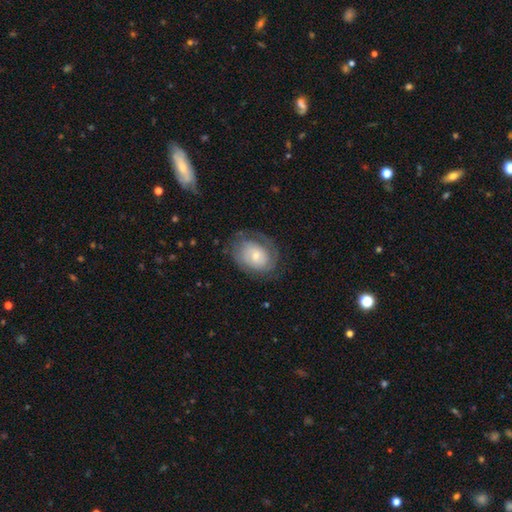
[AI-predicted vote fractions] Overall: featured or disk (56%; smooth 37%). Edge-on disk: no (96%). Bar: no (76%). Spiral arms: yes (76%). Bulge size: small (56%; moderate 36%). Merging: none (63%).